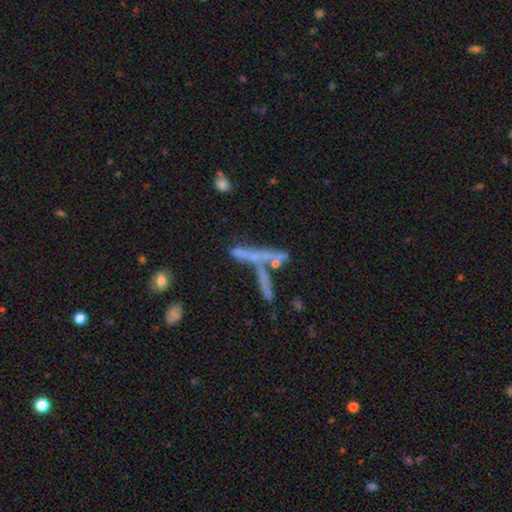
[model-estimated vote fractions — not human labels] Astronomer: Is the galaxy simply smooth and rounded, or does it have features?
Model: featured or disk — 48% (runner-up: smooth, 33%).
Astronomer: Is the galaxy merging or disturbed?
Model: none — 48% (runner-up: merger, 31%).